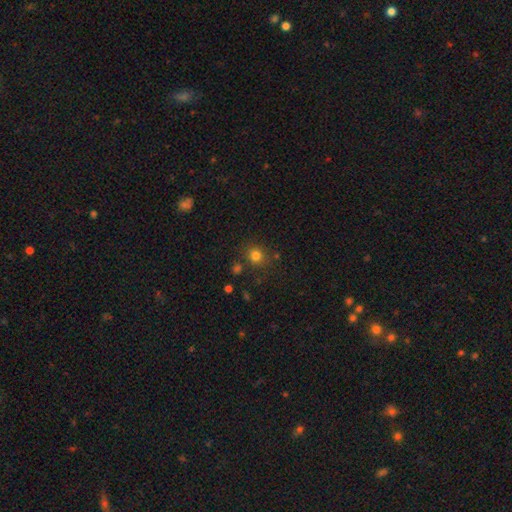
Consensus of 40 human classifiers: Smooth or featured? smooth (88%)
How rounded? round (89%)
Merging? none (78%)